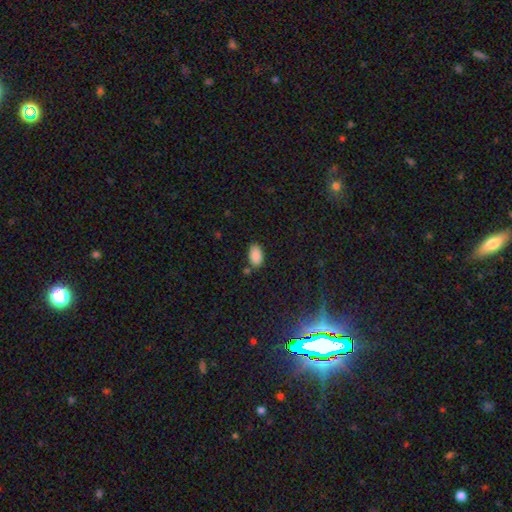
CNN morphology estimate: type=smooth (87%); roundness=in between (92%); merging=none (73%).